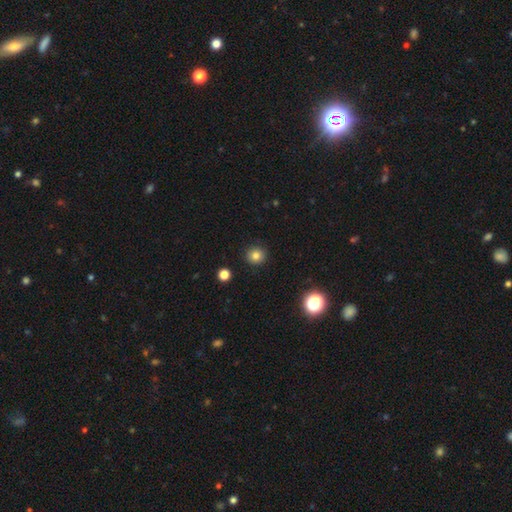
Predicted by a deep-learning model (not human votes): A smooth galaxy with no disk features (81%) that is round (92%). Merging: none (92%).